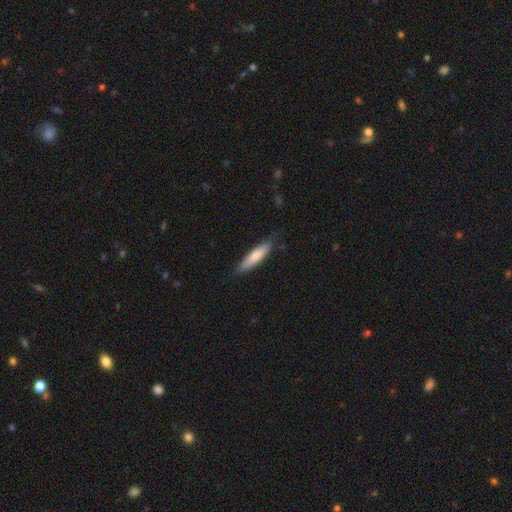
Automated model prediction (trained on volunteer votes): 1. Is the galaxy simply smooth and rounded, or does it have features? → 74% smooth, 21% featured or disk, 5% star or artifact.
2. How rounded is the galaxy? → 76% cigar-shaped, 23% in between, 1% round.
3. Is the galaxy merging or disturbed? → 78% none, 18% minor disturbance, 3% major disturbance, 1% merger.